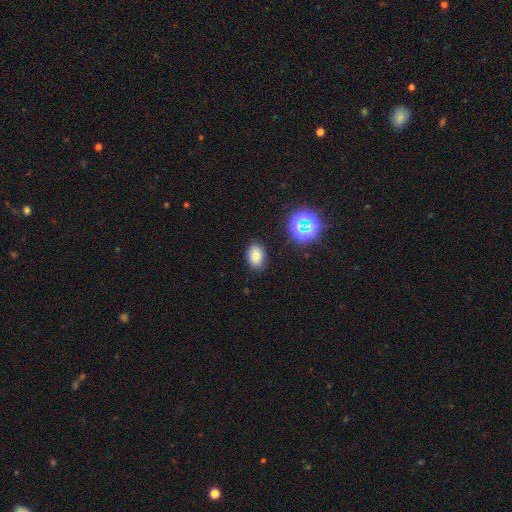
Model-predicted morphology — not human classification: Q: Smooth or featured?
A: smooth (79%); runner-up: star or artifact (15%)
Q: How rounded?
A: in between (85%); runner-up: round (14%)
Q: Merging?
A: none (85%); runner-up: minor disturbance (11%)